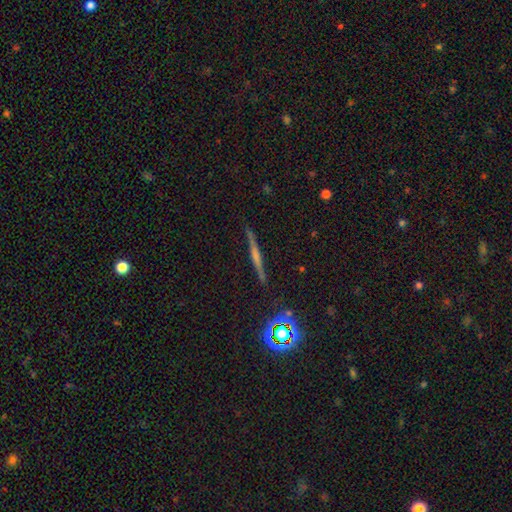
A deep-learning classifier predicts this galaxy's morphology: A featured or disk galaxy (62%) viewed edge-on (97%) with a rounded central bulge (49%). Merging: none (89%).